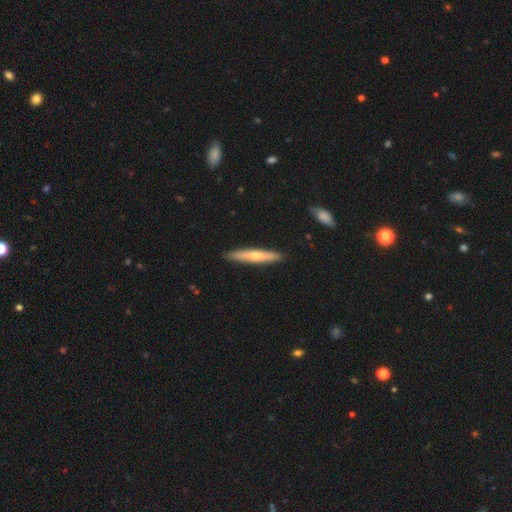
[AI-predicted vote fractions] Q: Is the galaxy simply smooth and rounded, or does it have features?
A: smooth — 53%.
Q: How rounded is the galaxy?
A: cigar-shaped — 92%.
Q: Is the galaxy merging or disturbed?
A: none — 91%.